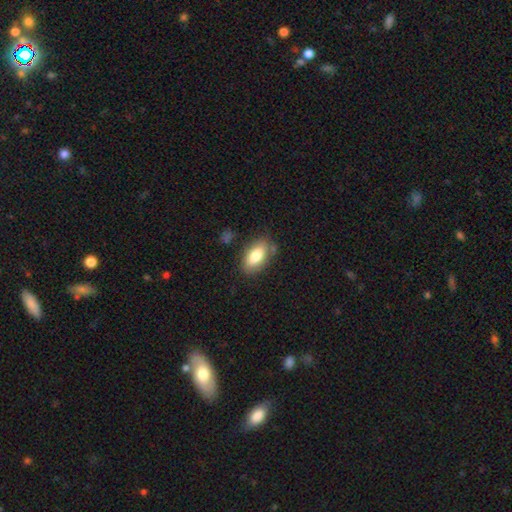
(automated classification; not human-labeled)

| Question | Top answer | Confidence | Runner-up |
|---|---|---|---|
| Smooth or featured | smooth | 79% | featured or disk (14%) |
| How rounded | in between | 88% | cigar-shaped (8%) |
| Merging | none | 78% | minor disturbance (14%) |